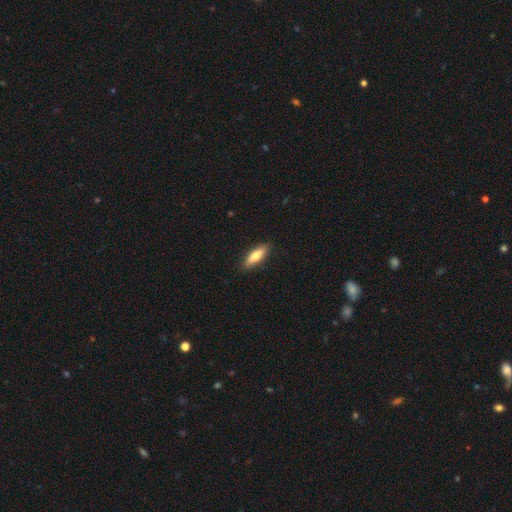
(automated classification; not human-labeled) This is likely a smooth galaxy (71%). How rounded: possibly cigar-shaped (50%). Merging: clearly none (87%).